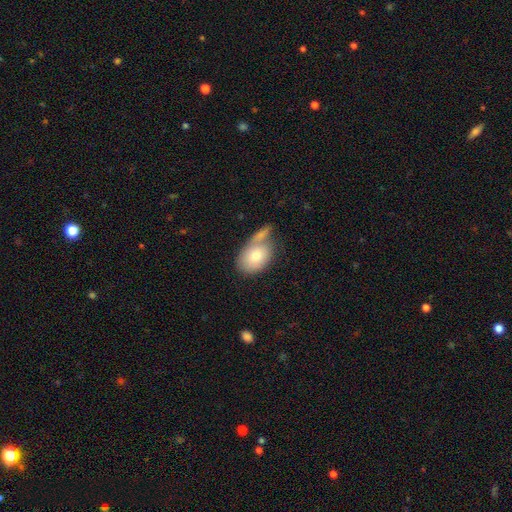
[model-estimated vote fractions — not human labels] A smooth galaxy with no disk features (75%) that is in between round and cigar-shaped (80%).

Vote fractions:
- Smooth or featured? smooth: 75% / featured or disk: 19% / star or artifact: 7%
- How rounded? in between: 80% / round: 18% / cigar-shaped: 1%
- Merging? none: 40% / merger: 32% / minor disturbance: 19% / major disturbance: 9%